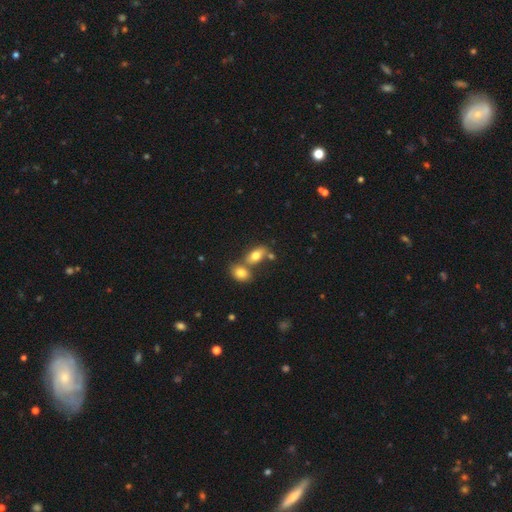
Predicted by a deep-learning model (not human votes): Q: Smooth or featured?
A: smooth (77%); runner-up: featured or disk (14%)
Q: How rounded?
A: in between (87%); runner-up: round (9%)
Q: Merging?
A: none (45%); runner-up: merger (41%)